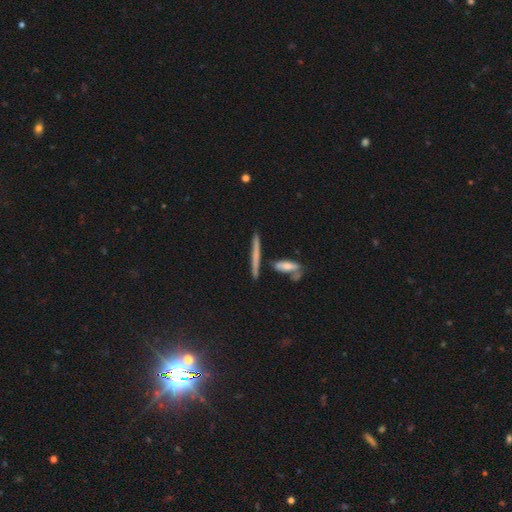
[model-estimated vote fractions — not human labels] This is possibly a smooth galaxy (46%). Merging: likely none (76%).